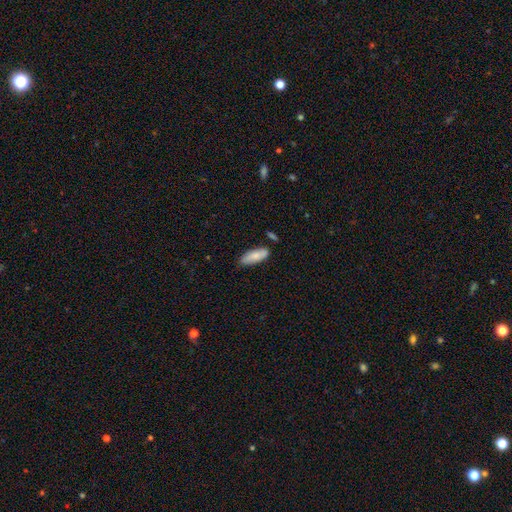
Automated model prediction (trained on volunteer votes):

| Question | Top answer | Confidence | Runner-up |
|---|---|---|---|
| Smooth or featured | smooth | 80% | featured or disk (14%) |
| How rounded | in between | 70% | cigar-shaped (28%) |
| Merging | none | 75% | minor disturbance (17%) |